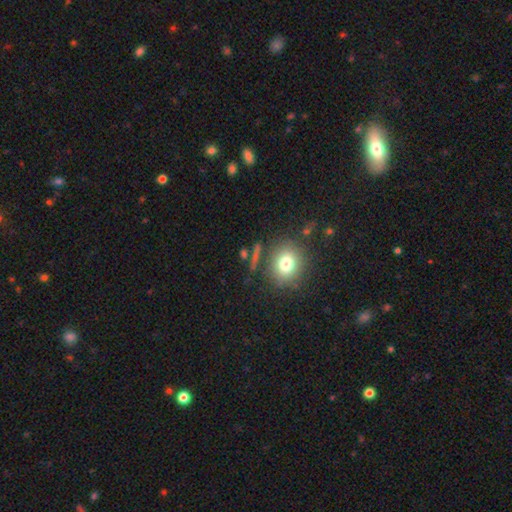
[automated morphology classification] A smooth galaxy with no disk features (60%) that is round (63%).

Vote fractions:
- Smooth or featured? smooth: 60% / star or artifact: 25% / featured or disk: 15%
- How rounded? round: 63% / in between: 29% / cigar-shaped: 8%
- Merging? none: 81% / minor disturbance: 10% / merger: 5% / major disturbance: 4%